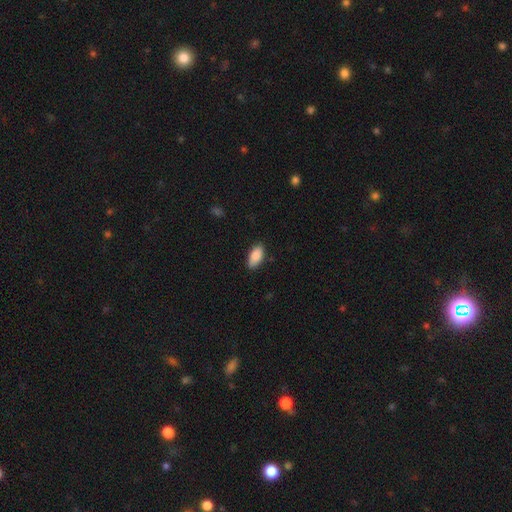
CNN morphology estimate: The model was most divided on "merging": none: 83%, minor disturbance: 13%, major disturbance: 2%, merger: 1%. More confident: how rounded — in between (92%); smooth or featured — smooth (88%).